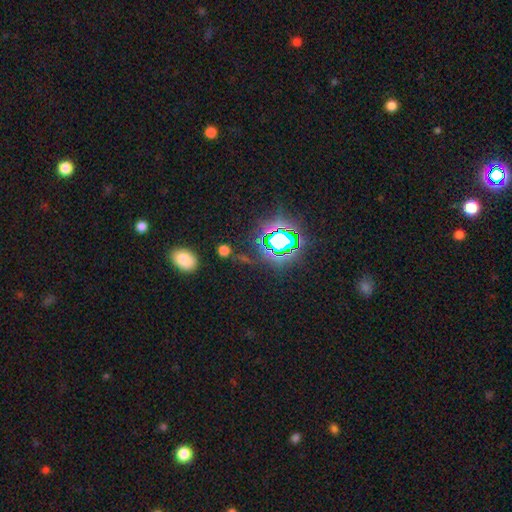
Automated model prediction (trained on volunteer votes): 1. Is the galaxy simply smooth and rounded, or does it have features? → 81% star or artifact, 13% smooth, 7% featured or disk.